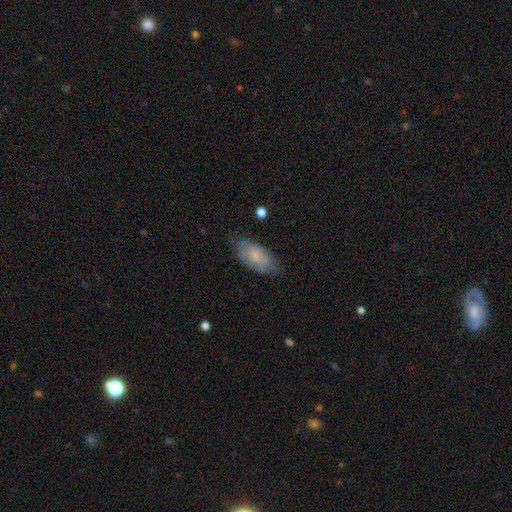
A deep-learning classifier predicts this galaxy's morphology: Overall: smooth (66%; featured or disk 27%). How rounded: in between (89%). Merging: none (71%).